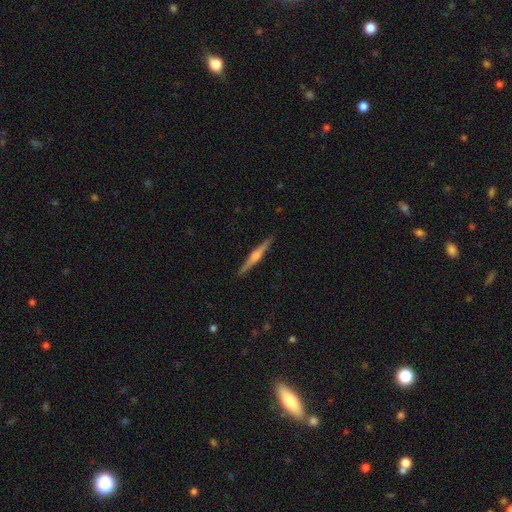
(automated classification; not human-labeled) Q: Smooth or featured?
A: featured or disk (77%); runner-up: smooth (17%)
Q: Edge-on disk?
A: yes (98%); runner-up: no (2%)
Q: Edge-on bulge?
A: rounded (81%); runner-up: boxy (13%)
Q: Merging?
A: none (92%); runner-up: minor disturbance (6%)